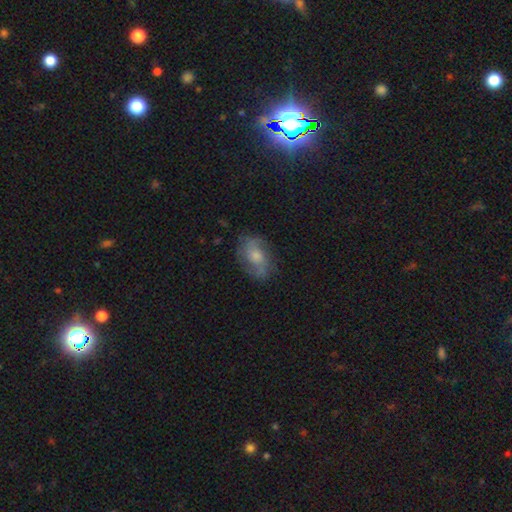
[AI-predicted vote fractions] Smooth or featured?
  - featured or disk: 64% *
  - smooth: 24%
  - star or artifact: 12%
Edge-on disk?
  - no: 95% *
  - yes: 5%
Bar?
  - no: 63% *
  - weak: 31%
  - strong: 6%
Spiral arms?
  - yes: 89% *
  - no: 11%
Spiral winding?
  - medium: 47% *
  - loose: 28%
  - tight: 25%
Spiral arm count?
  - 2: 71% *
  - can't tell: 15%
  - 3: 7%
  - 1: 3%
  - 4: 2%
  - more than 4: 2%
Bulge size?
  - moderate: 54% *
  - small: 29%
  - large: 10%
  - none: 6%
  - dominant: 2%
Merging?
  - none: 75% *
  - minor disturbance: 17%
  - major disturbance: 7%
  - merger: 1%